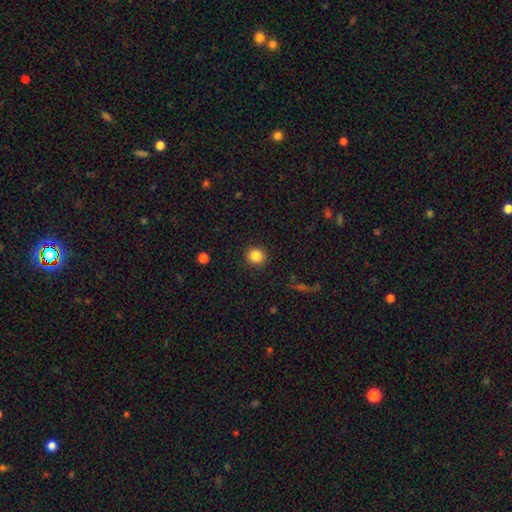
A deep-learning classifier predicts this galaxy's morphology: Smooth or featured? Predicted: smooth (p=0.85). How rounded? Predicted: round (p=0.88). Merging? Predicted: none (p=0.91).